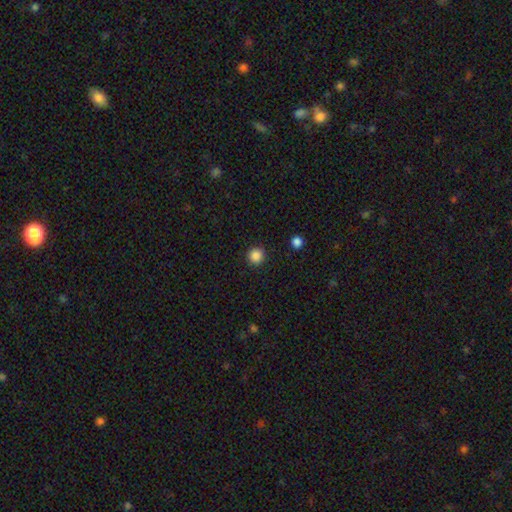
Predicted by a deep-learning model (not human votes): A smooth galaxy with no disk features (87%) that is round (94%).

Vote fractions:
- Smooth or featured? smooth: 87% / star or artifact: 11% / featured or disk: 3%
- How rounded? round: 94% / in between: 5% / cigar-shaped: 1%
- Merging? none: 92% / minor disturbance: 5% / major disturbance: 2% / merger: 1%